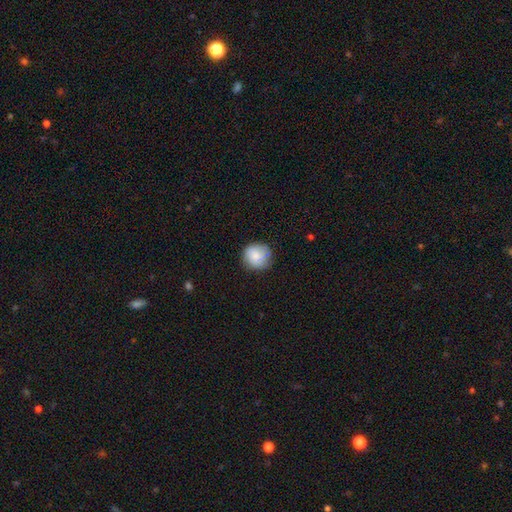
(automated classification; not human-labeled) smooth 82%, featured or disk 11%, star or artifact 7%. Down the decision tree: how rounded — round (91%); merging — none (80%).